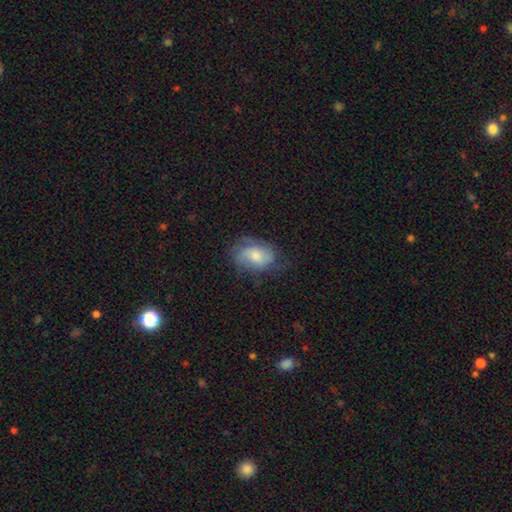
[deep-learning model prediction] smooth 52%, featured or disk 40%, star or artifact 8%. Down the decision tree: how rounded — in between (80%); merging — none (57%).